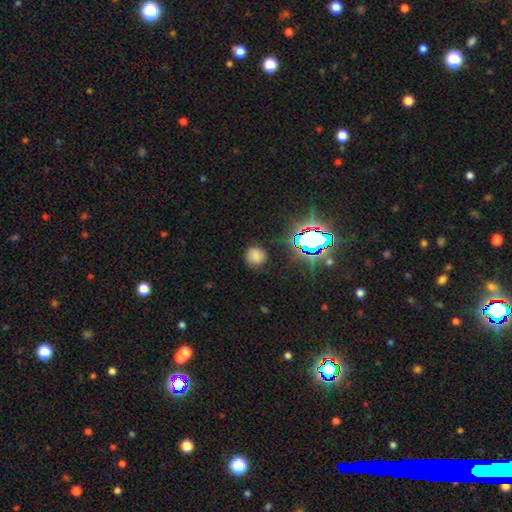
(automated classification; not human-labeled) Smooth or featured: smooth — 67% (star or artifact — 21%)
How rounded: round — 85% (in between — 13%)
Merging: none — 78% (minor disturbance — 15%)